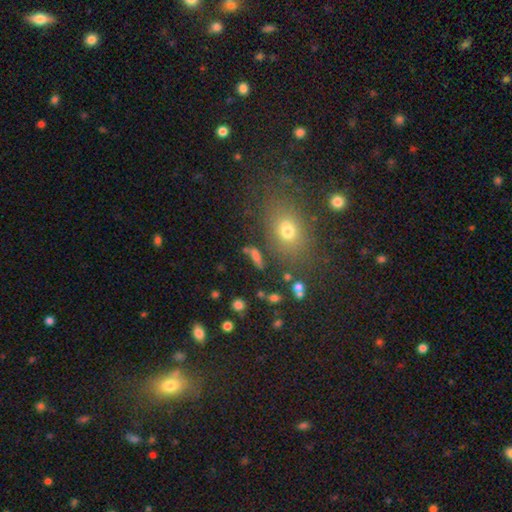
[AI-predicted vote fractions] Smooth or featured: smooth — 63% (star or artifact — 20%)
How rounded: in between — 60% (cigar-shaped — 22%)
Merging: none — 73% (minor disturbance — 12%)